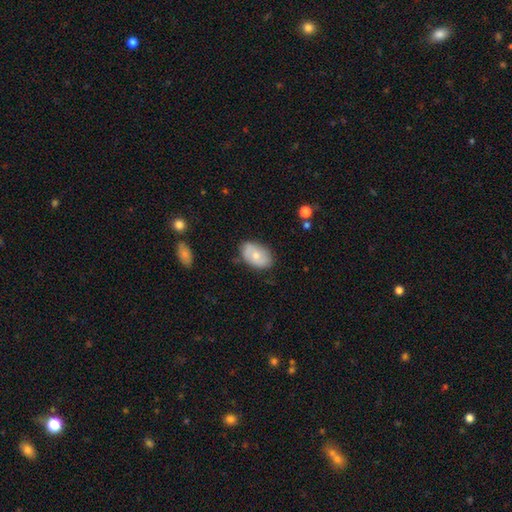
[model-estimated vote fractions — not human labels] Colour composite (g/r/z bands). It shows a smooth galaxy with no disk features (64%) that is in between round and cigar-shaped (89%). Merging: none (72%).